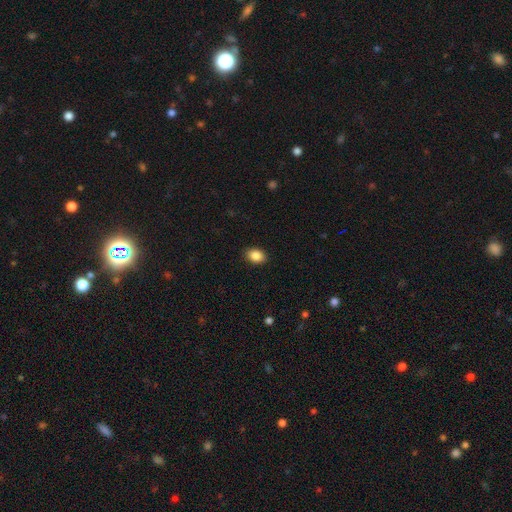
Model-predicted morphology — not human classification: Smooth or featured?
  - smooth: 88% *
  - star or artifact: 8%
  - featured or disk: 4%
How rounded?
  - in between: 76% *
  - round: 22%
  - cigar-shaped: 1%
Merging?
  - none: 90% *
  - minor disturbance: 8%
  - major disturbance: 2%
  - merger: 1%